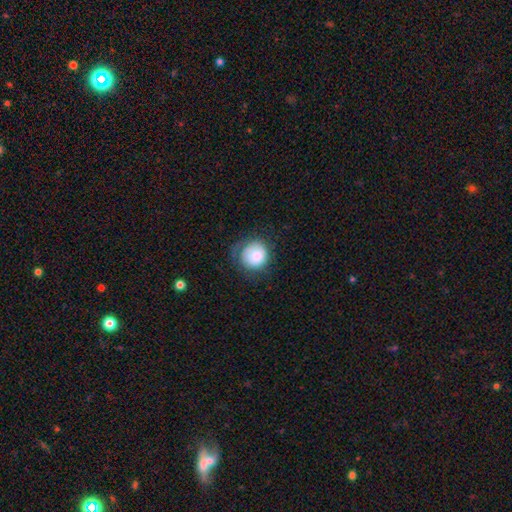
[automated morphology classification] smooth 79%, featured or disk 13%, star or artifact 7%. Down the decision tree: how rounded — round (89%); merging — none (59%).